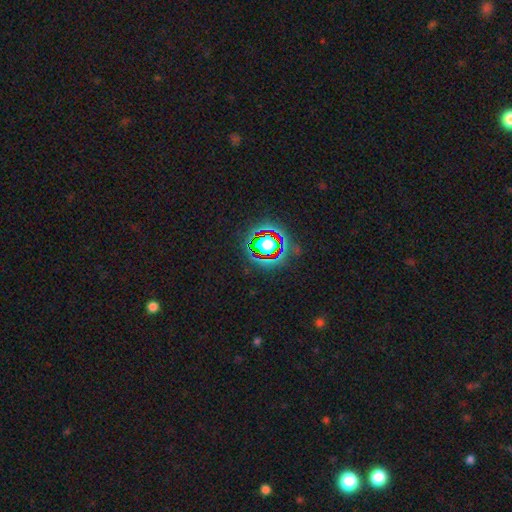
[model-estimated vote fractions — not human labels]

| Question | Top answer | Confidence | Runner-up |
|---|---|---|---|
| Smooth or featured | star or artifact | 78% | smooth (13%) |